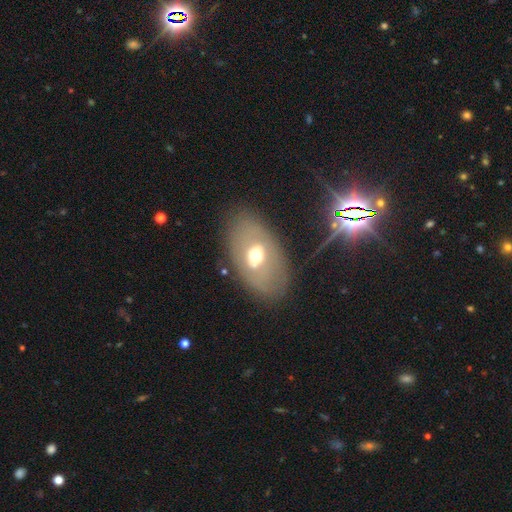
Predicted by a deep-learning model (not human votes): featured or disk 48%, smooth 43%, star or artifact 9%. Down the decision tree: merging — none (77%).